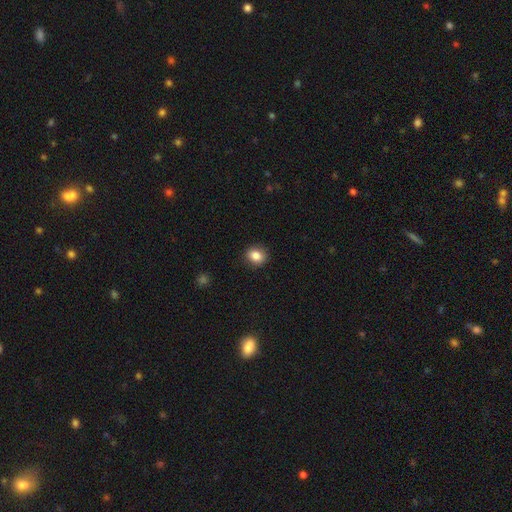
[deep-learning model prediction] smooth 85%, star or artifact 10%, featured or disk 6%. Down the decision tree: how rounded — round (56%); merging — none (89%).